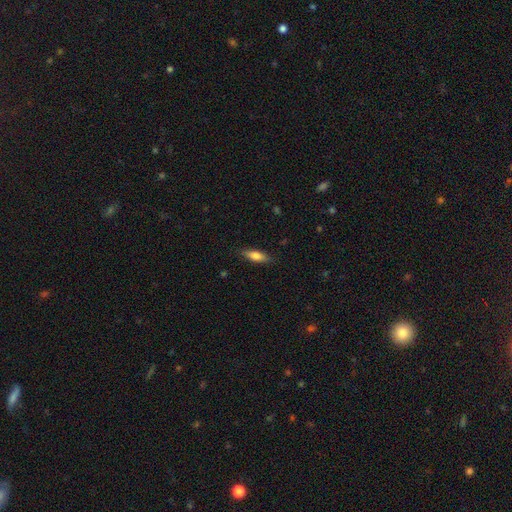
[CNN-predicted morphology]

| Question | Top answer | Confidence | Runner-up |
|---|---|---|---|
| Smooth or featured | smooth | 74% | featured or disk (20%) |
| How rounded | in between | 53% | cigar-shaped (45%) |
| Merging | none | 85% | minor disturbance (11%) |